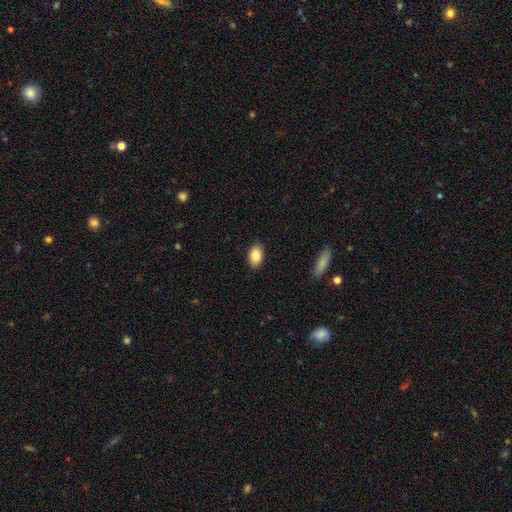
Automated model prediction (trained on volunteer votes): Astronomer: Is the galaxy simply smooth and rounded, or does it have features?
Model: smooth — 83%.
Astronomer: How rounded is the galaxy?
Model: in between — 91%.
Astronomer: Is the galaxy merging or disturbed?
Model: none — 89%.